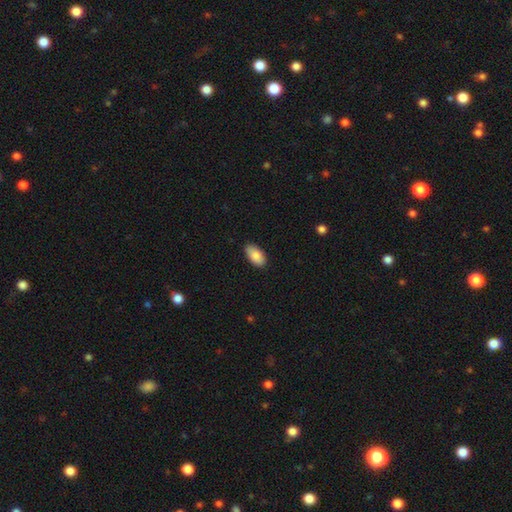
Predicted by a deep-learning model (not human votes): Smooth or featured: smooth — 86% (featured or disk — 7%)
How rounded: in between — 95% (round — 3%)
Merging: none — 85% (minor disturbance — 12%)